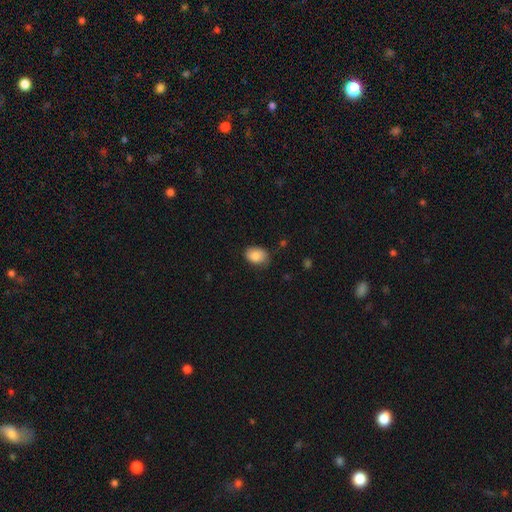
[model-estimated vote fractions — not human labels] A smooth galaxy with no disk features (86%) that is in between round and cigar-shaped (73%). Merging: none (75%).